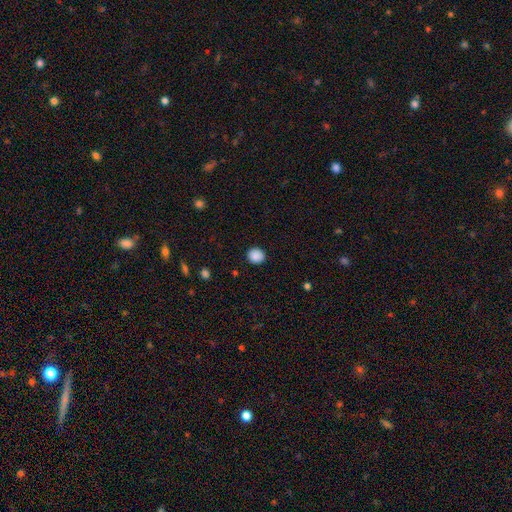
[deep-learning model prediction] Overall: smooth (89%). How rounded: round (84%). Merging: none (91%).